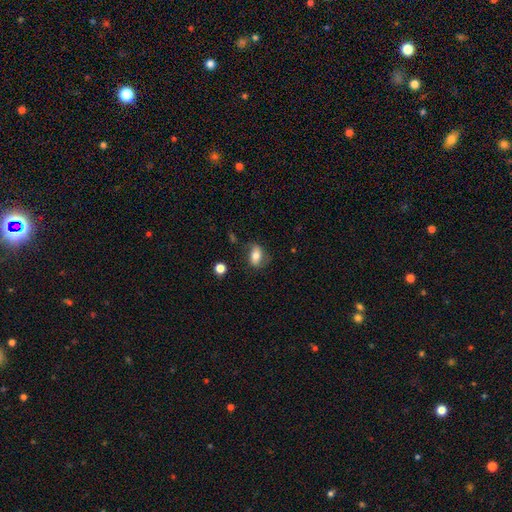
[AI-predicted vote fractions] Smooth or featured?
  - smooth: 68% *
  - featured or disk: 23%
  - star or artifact: 8%
How rounded?
  - in between: 83% *
  - round: 13%
  - cigar-shaped: 5%
Merging?
  - none: 69% *
  - minor disturbance: 21%
  - major disturbance: 8%
  - merger: 3%